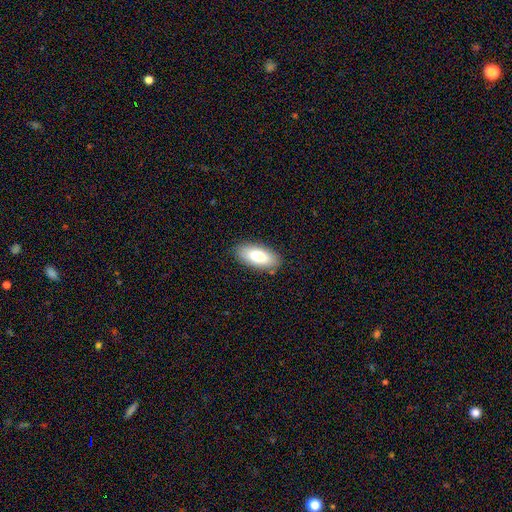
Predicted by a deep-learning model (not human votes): smooth_or_featured: smooth (p=0.79) [alt: featured or disk p=0.15]
how_rounded: in between (p=0.88) [alt: cigar-shaped p=0.10]
merging: none (p=0.87) [alt: minor disturbance p=0.10]